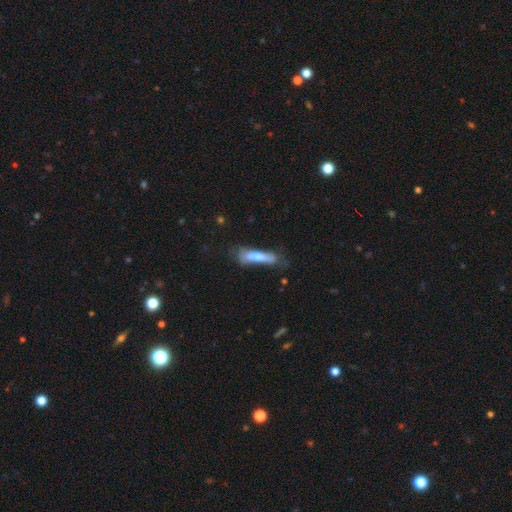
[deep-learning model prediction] smooth 56%, featured or disk 37%, star or artifact 7%. Down the decision tree: how rounded — cigar-shaped (77%); merging — none (48%).